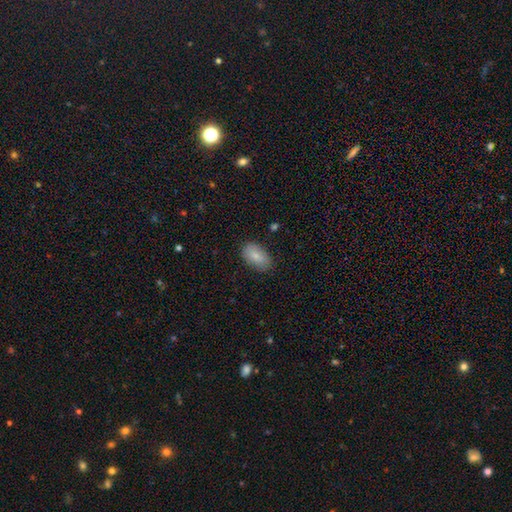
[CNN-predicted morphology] A smooth galaxy with no disk features (82%) that is in between round and cigar-shaped (92%). Merging: none (81%).